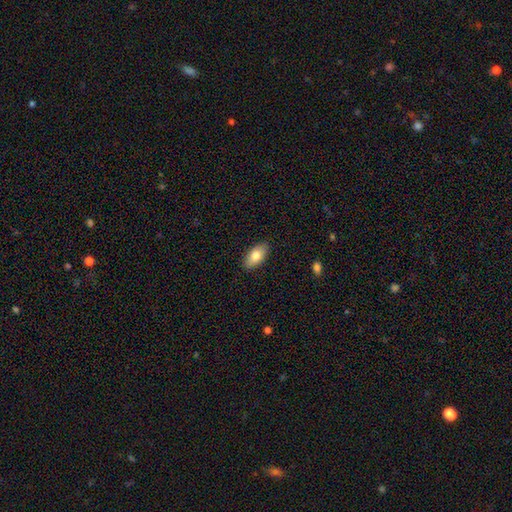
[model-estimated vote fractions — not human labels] Morphology: type=smooth (76%); roundness=in between (91%); merging=none (88%).